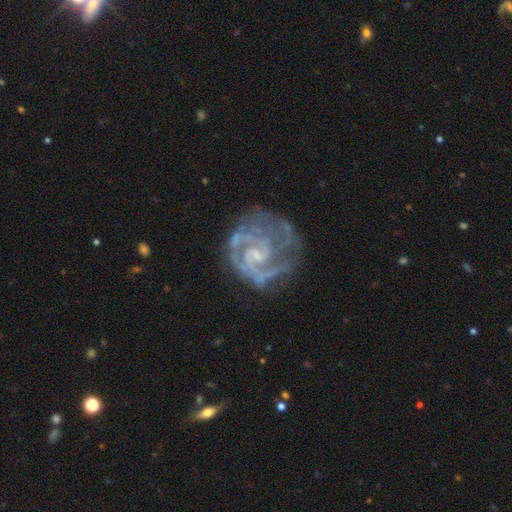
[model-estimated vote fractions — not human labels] Overall: featured or disk (86%). Edge-on disk: no (98%). Bar: no (48%; weak 42%). Spiral arms: yes (91%). Spiral arm count: 2 (29%; can't tell 27%). Spiral winding: tight (51%; medium 38%). Bulge size: small (54%; none 28%). Merging: none (59%; major disturbance 19%).